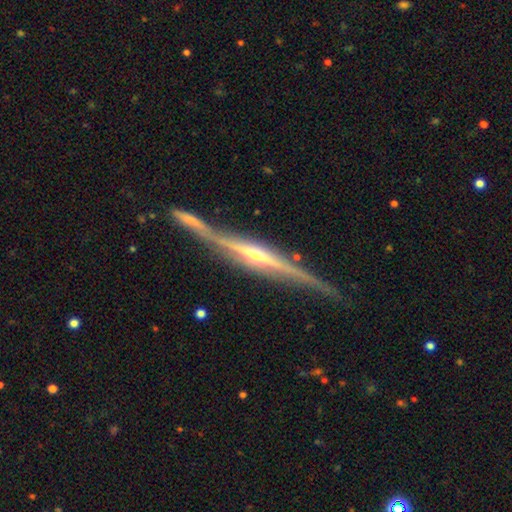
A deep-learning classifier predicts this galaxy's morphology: Smooth or featured? Predicted: featured or disk (p=0.88). Edge-on disk? Predicted: yes (p=0.97). Edge-on bulge? Predicted: rounded (p=0.77). Merging? Predicted: none (p=0.77).